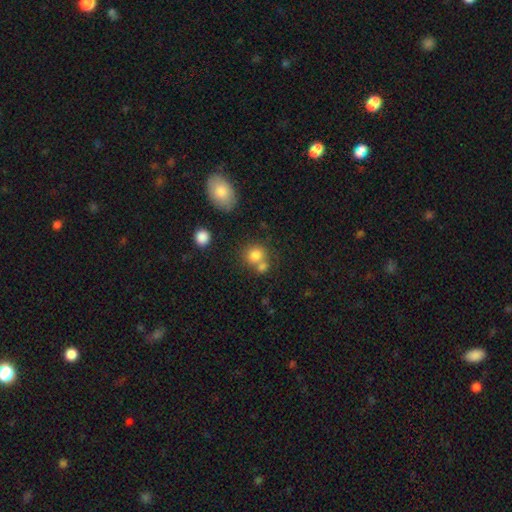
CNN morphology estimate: smooth-or-featured: smooth: 80% | star or artifact: 11% | featured or disk: 8%
  how-rounded: round: 76% | in between: 23% | cigar-shaped: 1%
  merging: none: 49% | merger: 38% | minor disturbance: 9% | major disturbance: 4%